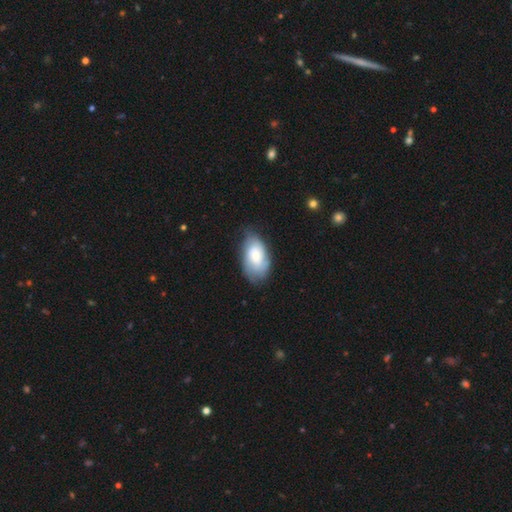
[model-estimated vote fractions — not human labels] Smooth or featured? smooth (61%)
How rounded? in between (93%)
Merging? none (62%)